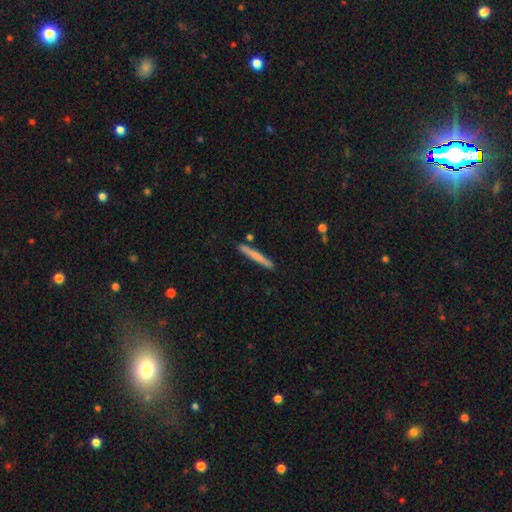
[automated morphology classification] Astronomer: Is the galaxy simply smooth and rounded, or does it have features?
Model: smooth — 65%.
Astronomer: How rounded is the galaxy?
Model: cigar-shaped — 96%.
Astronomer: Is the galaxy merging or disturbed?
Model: none — 88%.